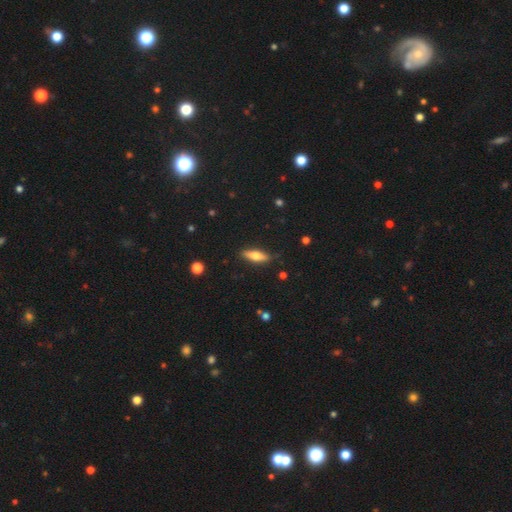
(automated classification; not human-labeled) Smooth or featured: smooth — 54% (featured or disk — 39%)
How rounded: cigar-shaped — 58% (in between — 39%)
Merging: none — 86% (minor disturbance — 10%)